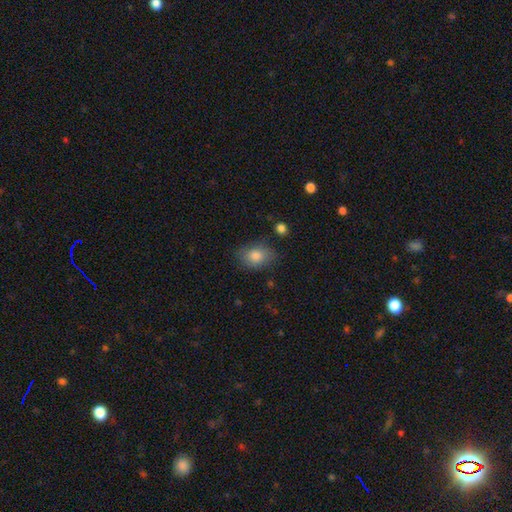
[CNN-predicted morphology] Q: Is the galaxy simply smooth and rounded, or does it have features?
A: smooth — 81%.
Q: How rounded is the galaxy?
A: in between — 74%.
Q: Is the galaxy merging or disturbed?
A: none — 77%.